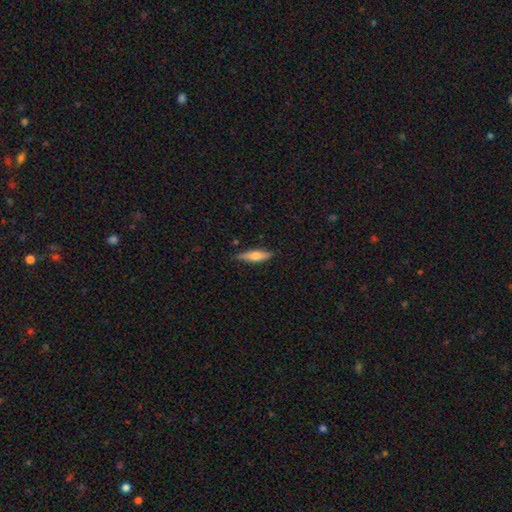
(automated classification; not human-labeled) Smooth or featured: smooth — 55% (featured or disk — 39%)
How rounded: cigar-shaped — 70% (in between — 28%)
Merging: none — 83% (minor disturbance — 13%)